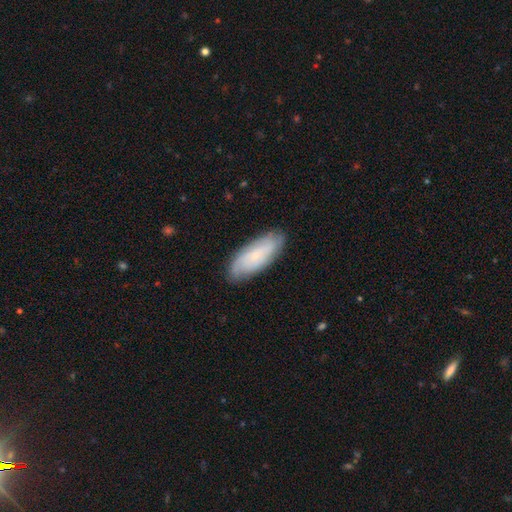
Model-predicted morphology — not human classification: smooth_or_featured: featured or disk (p=0.48) [alt: smooth p=0.45]
merging: none (p=0.82) [alt: minor disturbance p=0.14]